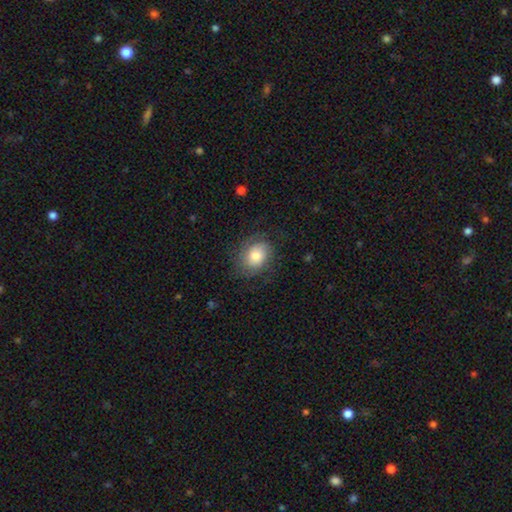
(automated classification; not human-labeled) The model was most divided on "how rounded": in between: 52%, round: 47%, cigar-shaped: 1%. More confident: merging — none (69%); smooth or featured — smooth (59%).